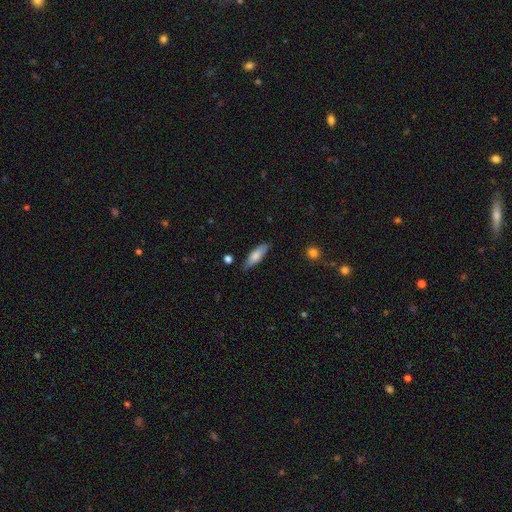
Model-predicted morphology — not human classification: Smooth or featured? Predicted: smooth (p=0.76). How rounded? Predicted: cigar-shaped (p=0.51). Merging? Predicted: none (p=0.80).